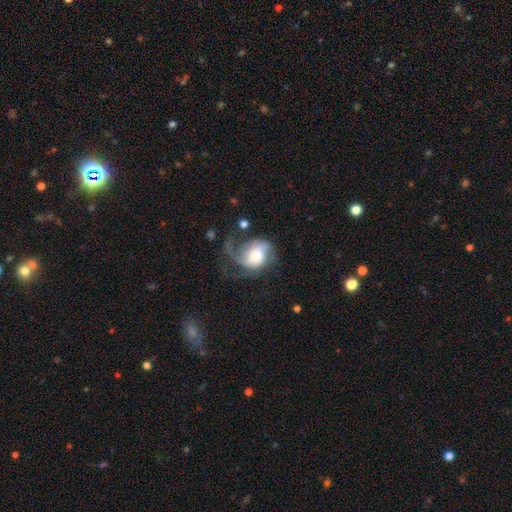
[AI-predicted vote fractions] A featured or disk galaxy (62%) with no bar (68%), 2 (34%) loose (45%) spiral arms (87%) and a large central bulge (44%). Merging: major disturbance (46%).